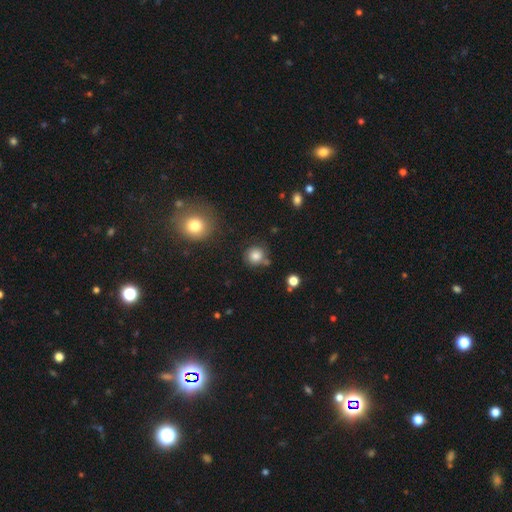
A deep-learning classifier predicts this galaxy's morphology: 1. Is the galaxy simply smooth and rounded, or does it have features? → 82% smooth, 12% star or artifact, 7% featured or disk.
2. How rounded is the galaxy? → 89% round, 10% in between, 1% cigar-shaped.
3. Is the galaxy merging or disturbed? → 74% none, 13% minor disturbance, 9% merger, 4% major disturbance.